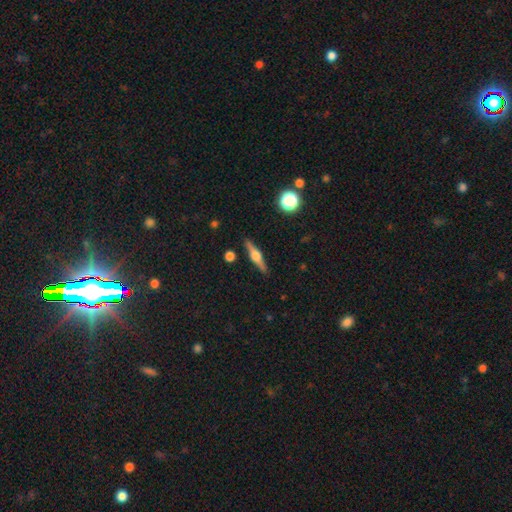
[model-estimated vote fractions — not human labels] This is likely a featured or disk galaxy (73%). It is clearly viewed edge-on (98%). Edge-on bulge: clearly rounded (93%). Merging: clearly none (90%).